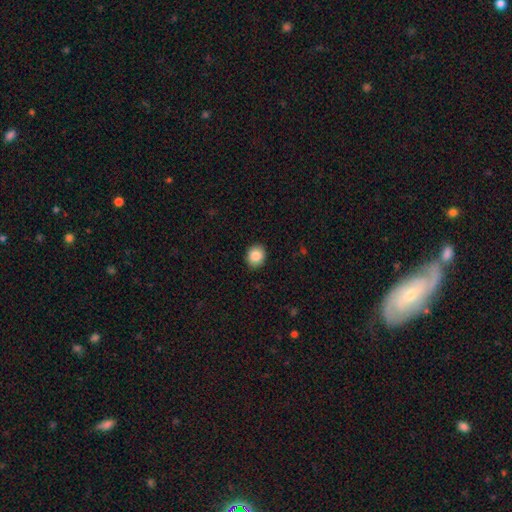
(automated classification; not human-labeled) This appears to be a smooth galaxy with no disk features (87%) that is round (71%). Merging: none (91%).